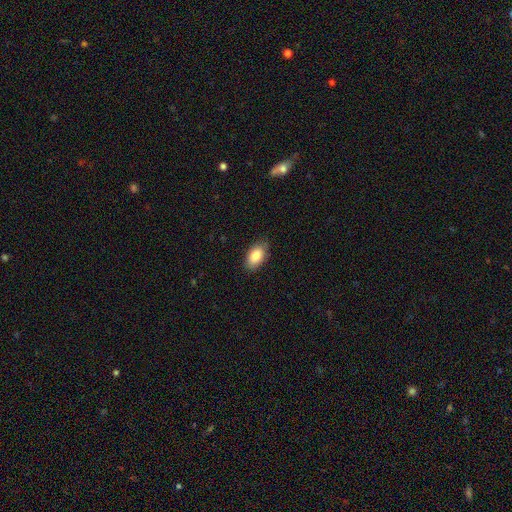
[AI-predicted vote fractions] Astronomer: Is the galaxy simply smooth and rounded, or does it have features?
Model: smooth — 84%.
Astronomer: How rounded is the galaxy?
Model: in between — 93%.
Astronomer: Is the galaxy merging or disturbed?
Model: none — 83%.